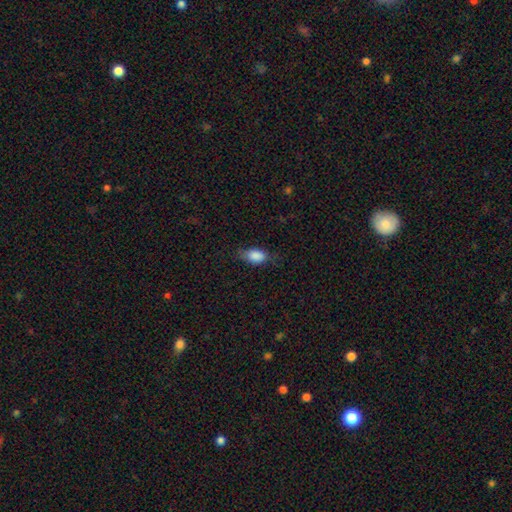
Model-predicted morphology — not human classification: Smooth or featured: smooth — 86% (star or artifact — 8%)
How rounded: in between — 87% (round — 9%)
Merging: none — 67% (minor disturbance — 25%)